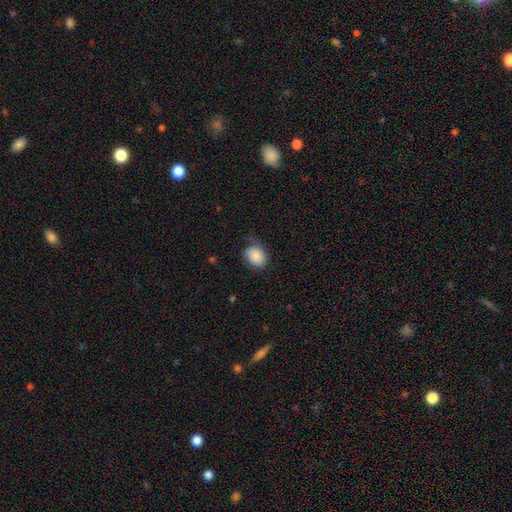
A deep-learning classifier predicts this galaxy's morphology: smooth-or-featured: smooth: 81% | featured or disk: 11% | star or artifact: 7%
  how-rounded: in between: 65% | round: 34% | cigar-shaped: 1%
  merging: none: 56% | minor disturbance: 32% | major disturbance: 11% | merger: 1%